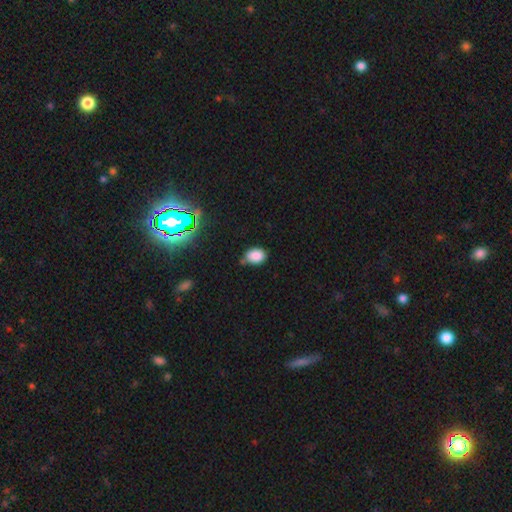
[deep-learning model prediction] A smooth galaxy with no disk features (84%) that is in between round and cigar-shaped (64%). Merging: none (65%).